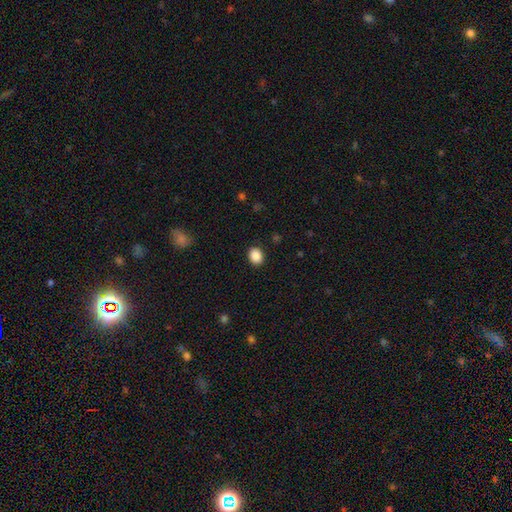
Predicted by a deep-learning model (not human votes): Overall: smooth (89%). How rounded: round (51%; in between 48%). Merging: none (89%).